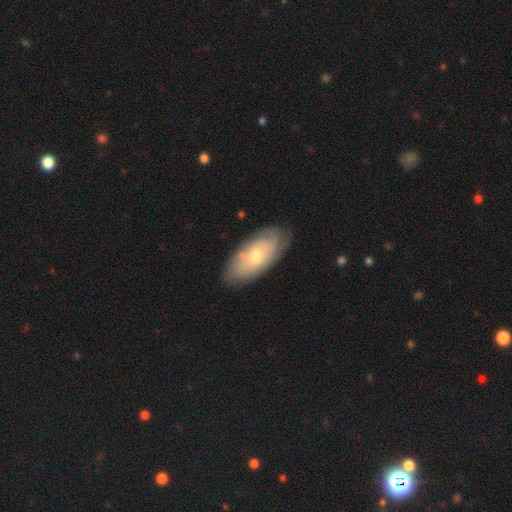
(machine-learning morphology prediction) Q: Smooth or featured?
A: featured or disk (51%); runner-up: smooth (43%)
Q: Edge-on disk?
A: no (86%); runner-up: yes (14%)
Q: Merging?
A: none (77%); runner-up: minor disturbance (18%)